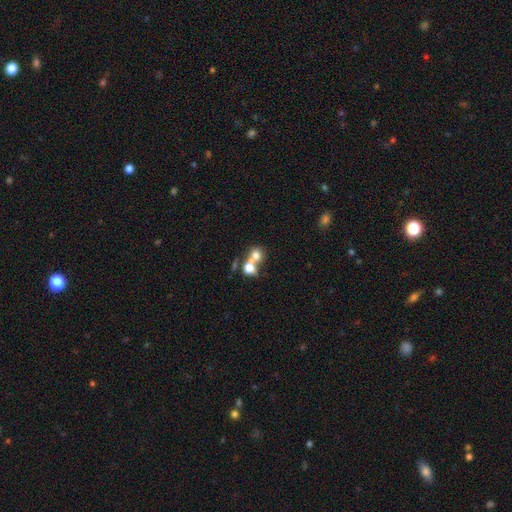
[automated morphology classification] Smooth or featured? smooth (69%)
How rounded? round (69%)
Merging? merger (64%)